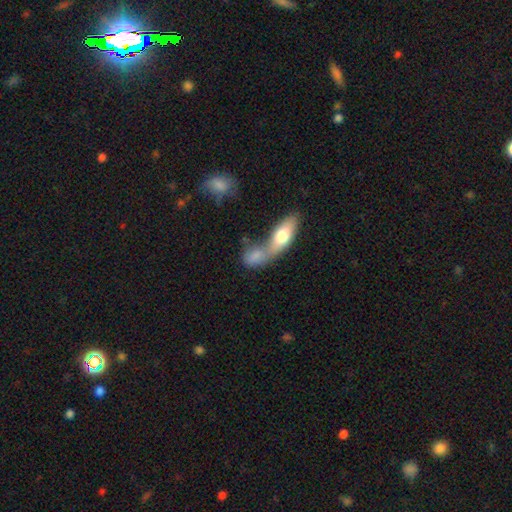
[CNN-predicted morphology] Smooth or featured: smooth — 75% (featured or disk — 17%)
How rounded: in between — 74% (round — 14%)
Merging: merger — 64% (none — 21%)